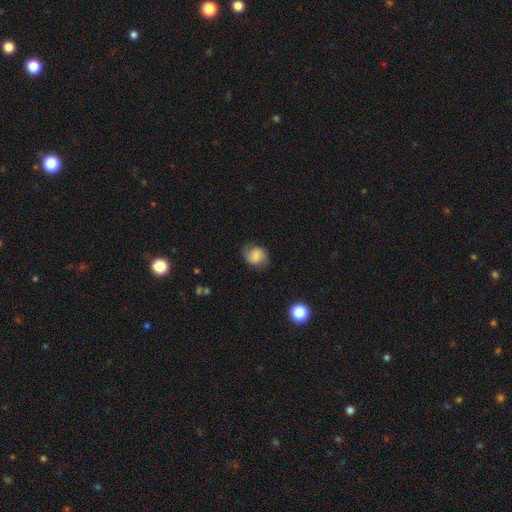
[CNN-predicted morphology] smooth 60%, featured or disk 30%, star or artifact 10%. Down the decision tree: how rounded — round (61%); merging — none (72%).